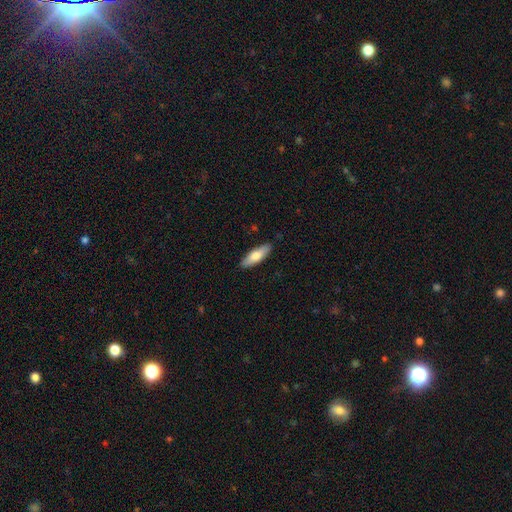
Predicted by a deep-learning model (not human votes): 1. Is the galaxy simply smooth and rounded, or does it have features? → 74% smooth, 21% featured or disk, 5% star or artifact.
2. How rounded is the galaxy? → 53% in between, 45% cigar-shaped, 2% round.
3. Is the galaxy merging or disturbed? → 88% none, 9% minor disturbance, 2% major disturbance, 1% merger.